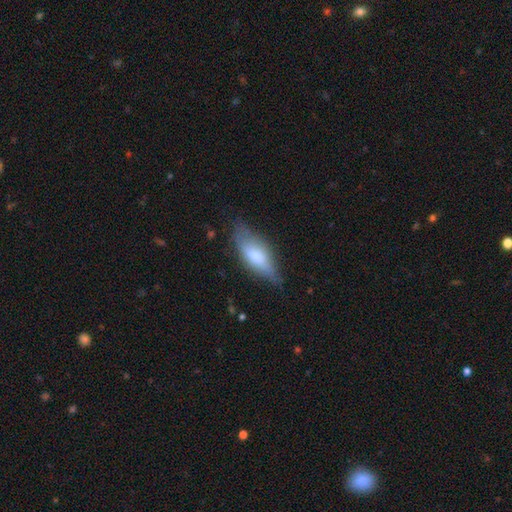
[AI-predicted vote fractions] smooth-or-featured: smooth: 59% | featured or disk: 35% | star or artifact: 6%
  how-rounded: in between: 65% | cigar-shaped: 33% | round: 2%
  merging: none: 68% | minor disturbance: 25% | major disturbance: 5% | merger: 1%